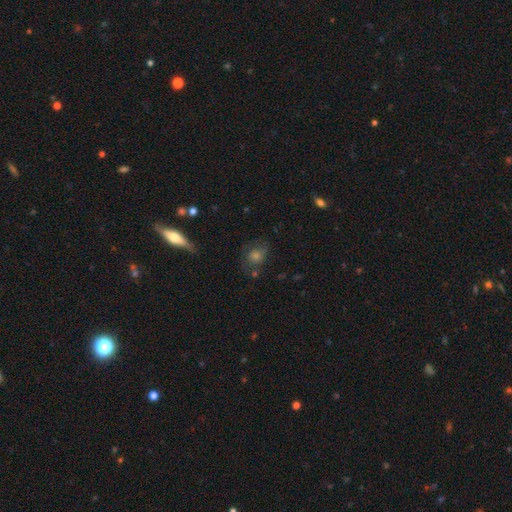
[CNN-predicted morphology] This appears to be a smooth galaxy with no disk features (44%). Merging: none (66%).